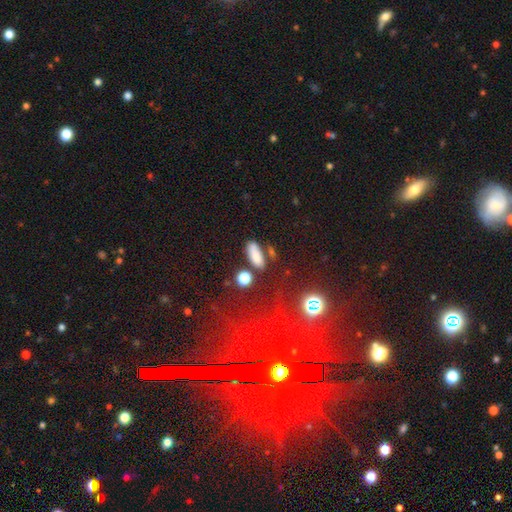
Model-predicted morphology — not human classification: smooth_or_featured: smooth (p=0.82) [alt: star or artifact p=0.10]
how_rounded: in between (p=0.70) [alt: cigar-shaped p=0.25]
merging: none (p=0.67) [alt: minor disturbance p=0.16]